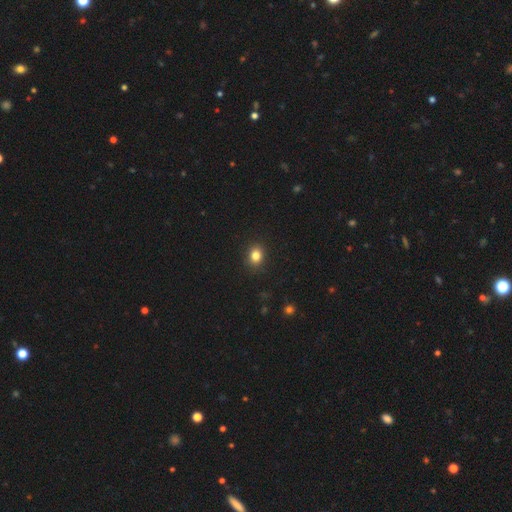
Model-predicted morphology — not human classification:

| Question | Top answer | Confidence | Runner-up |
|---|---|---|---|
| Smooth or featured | smooth | 83% | star or artifact (12%) |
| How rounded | round | 55% | in between (44%) |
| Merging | none | 90% | minor disturbance (7%) |